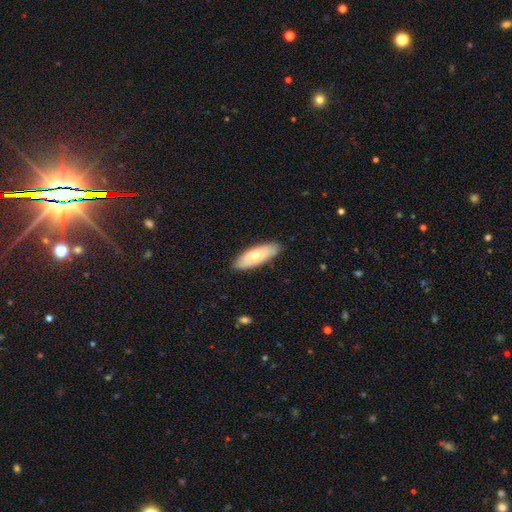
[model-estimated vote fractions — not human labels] Smooth or featured?
  - smooth: 63% *
  - featured or disk: 32%
  - star or artifact: 5%
How rounded?
  - in between: 67% *
  - cigar-shaped: 31%
  - round: 2%
Merging?
  - none: 86% *
  - minor disturbance: 11%
  - major disturbance: 2%
  - merger: 1%